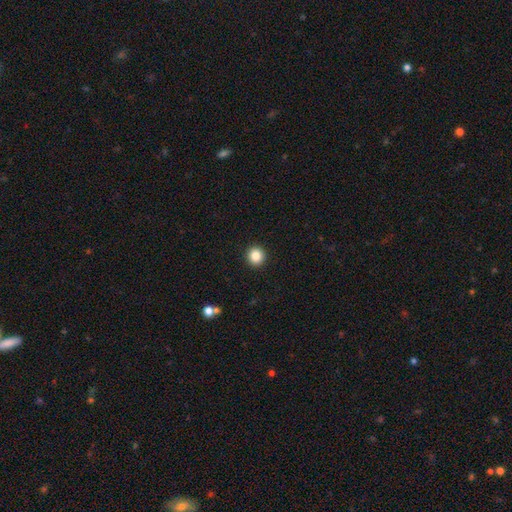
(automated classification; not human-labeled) Q: Smooth or featured?
A: smooth (85%); runner-up: star or artifact (10%)
Q: How rounded?
A: round (94%); runner-up: in between (5%)
Q: Merging?
A: none (93%); runner-up: minor disturbance (4%)